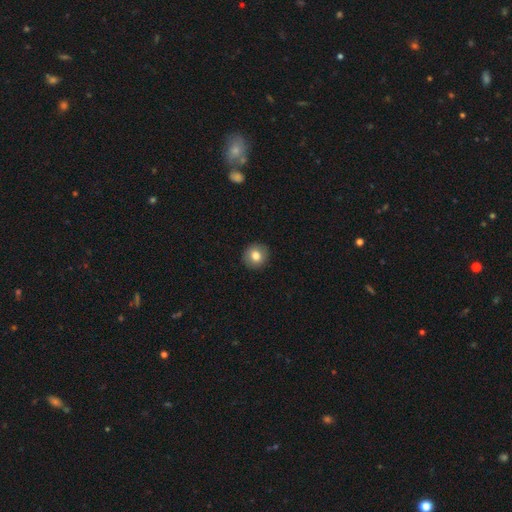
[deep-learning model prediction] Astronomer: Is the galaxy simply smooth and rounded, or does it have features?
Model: smooth — 81%.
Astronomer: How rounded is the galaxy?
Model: round — 90%.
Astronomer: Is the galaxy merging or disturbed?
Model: none — 92%.